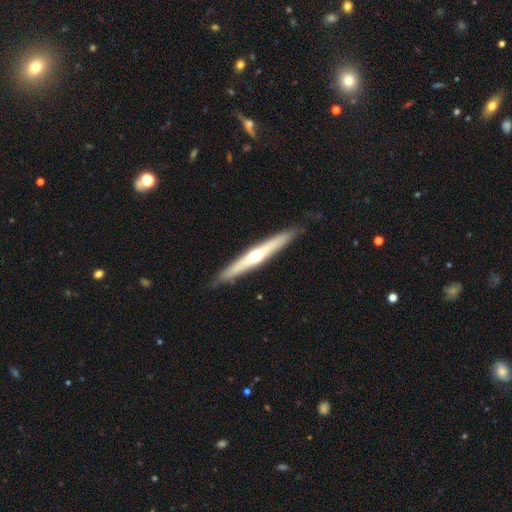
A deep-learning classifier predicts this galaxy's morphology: Smooth or featured? Predicted: featured or disk (p=0.63). Edge-on disk? Predicted: yes (p=0.96). Edge-on bulge? Predicted: rounded (p=0.88). Merging? Predicted: none (p=0.88).